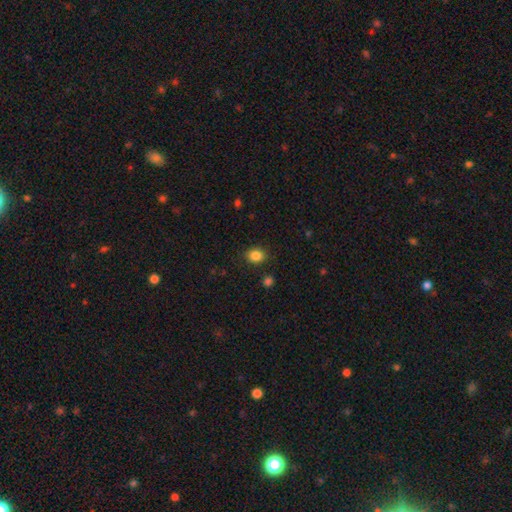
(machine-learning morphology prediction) Smooth or featured: smooth — 85% (star or artifact — 11%)
How rounded: round — 54% (in between — 45%)
Merging: none — 87% (minor disturbance — 9%)